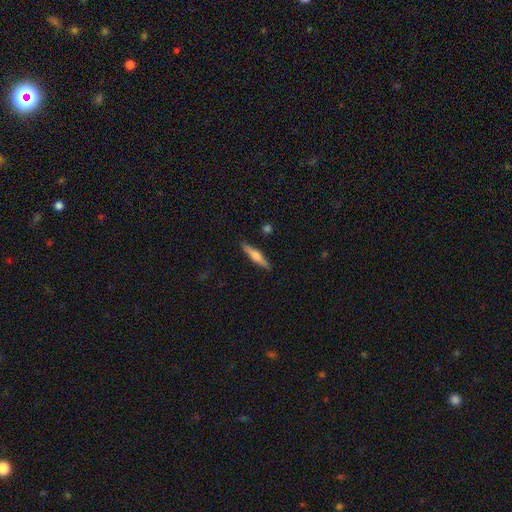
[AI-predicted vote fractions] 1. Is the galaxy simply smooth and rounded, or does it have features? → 48% featured or disk, 46% smooth, 6% star or artifact.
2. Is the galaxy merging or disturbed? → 89% none, 8% minor disturbance, 2% major disturbance, 1% merger.